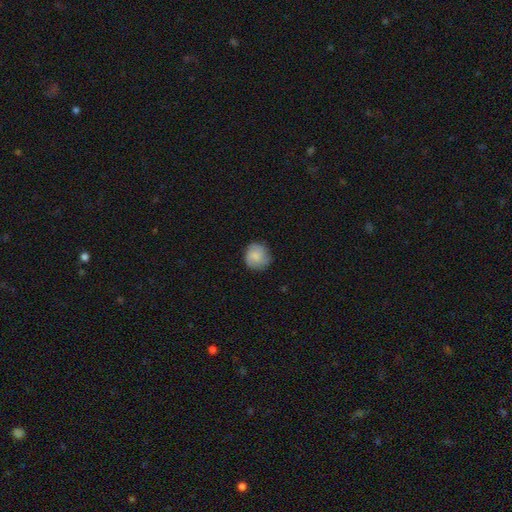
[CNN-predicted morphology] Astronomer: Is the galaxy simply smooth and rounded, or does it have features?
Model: smooth — 75%.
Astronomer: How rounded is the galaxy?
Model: round — 89%.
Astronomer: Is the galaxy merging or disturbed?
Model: none — 79%.